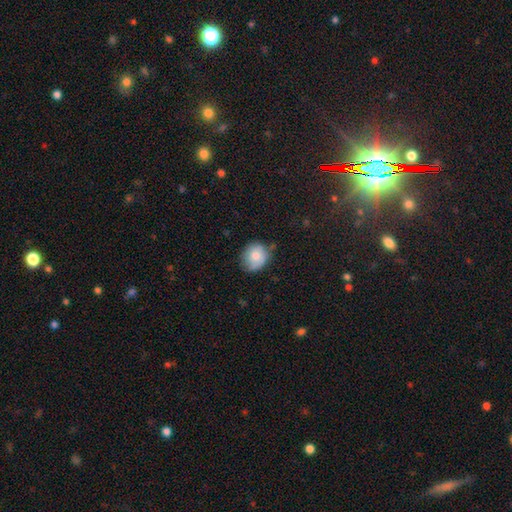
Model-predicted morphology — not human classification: A smooth galaxy with no disk features (76%) that is round (72%). Merging: none (63%).